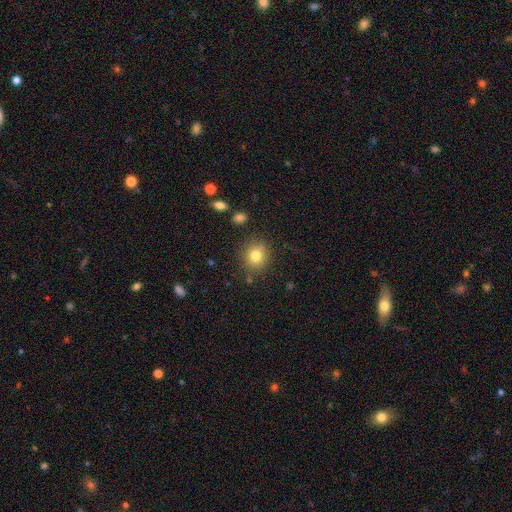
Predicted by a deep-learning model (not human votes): Smooth or featured: smooth — 79% (star or artifact — 12%)
How rounded: round — 86% (in between — 13%)
Merging: none — 84% (minor disturbance — 10%)